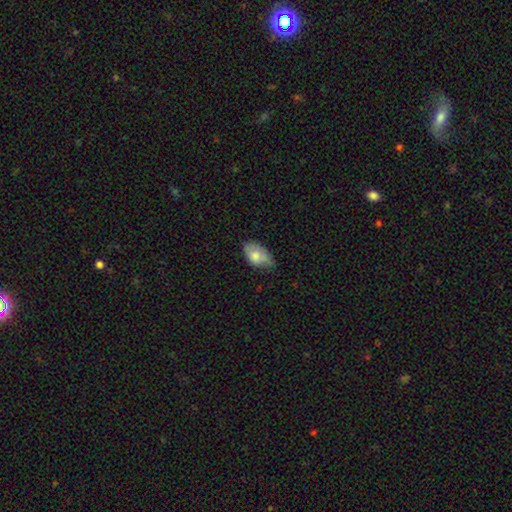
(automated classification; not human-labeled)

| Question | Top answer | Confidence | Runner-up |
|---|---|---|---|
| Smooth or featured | smooth | 76% | featured or disk (17%) |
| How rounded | in between | 92% | round (6%) |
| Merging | none | 52% | minor disturbance (39%) |